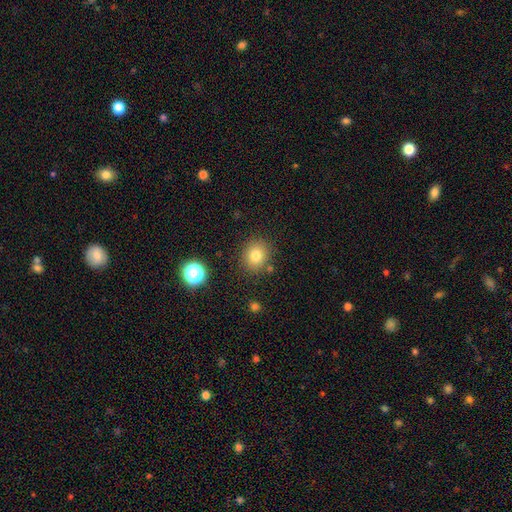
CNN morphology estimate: smooth-or-featured: smooth: 79% | star or artifact: 13% | featured or disk: 8%
  how-rounded: round: 79% | in between: 20% | cigar-shaped: 1%
  merging: none: 84% | minor disturbance: 9% | merger: 4% | major disturbance: 3%